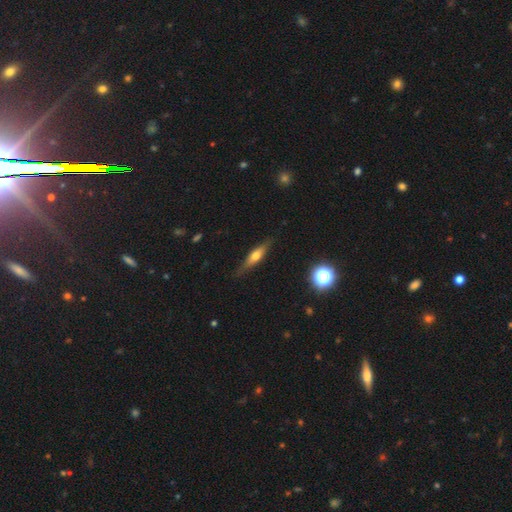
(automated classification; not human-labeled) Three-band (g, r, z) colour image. It shows a featured or disk galaxy (47%). Merging: none (80%).